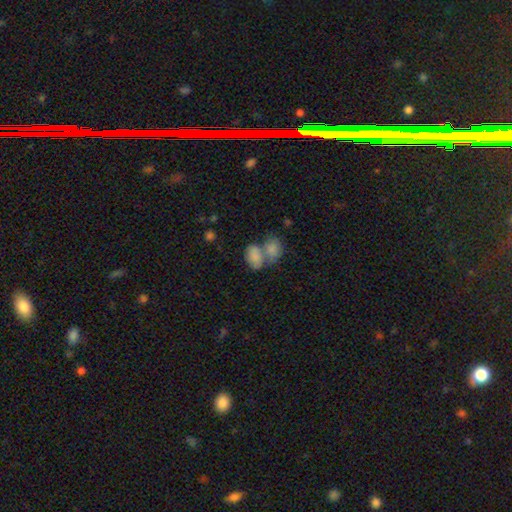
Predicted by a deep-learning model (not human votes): smooth_or_featured: smooth (p=0.80) [alt: featured or disk p=0.13]
how_rounded: in between (p=0.85) [alt: round p=0.14]
merging: merger (p=0.63) [alt: none p=0.23]